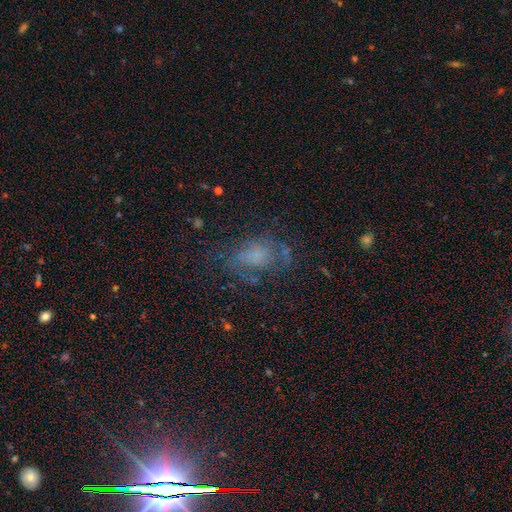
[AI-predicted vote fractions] This is marginally a smooth galaxy (44%). Merging: possibly none (50%).